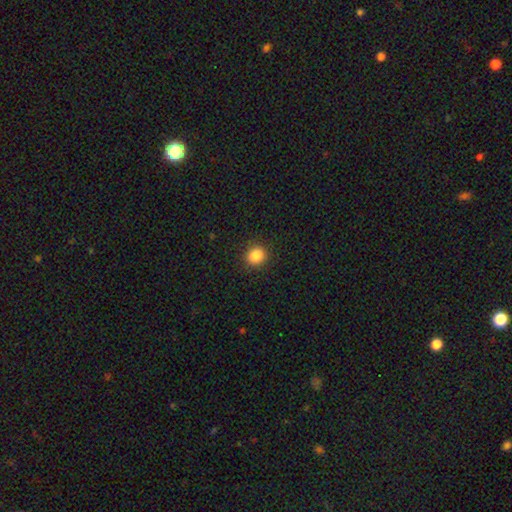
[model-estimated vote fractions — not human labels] smooth 86%, star or artifact 11%, featured or disk 4%. Down the decision tree: how rounded — round (84%); merging — none (90%).